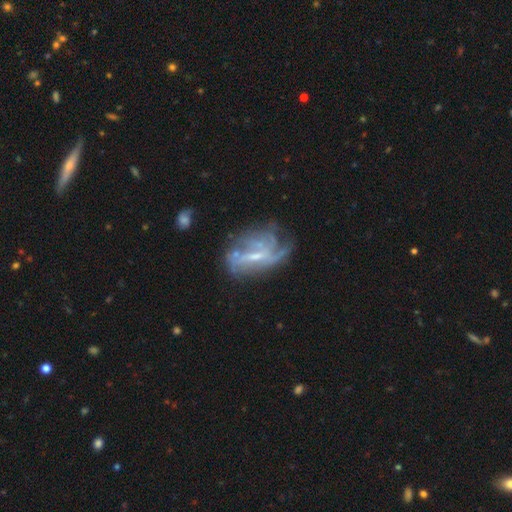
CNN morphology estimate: This appears to be a featured or disk galaxy (75%) with a weak bar (44%), spiral arms (69%) and a small central bulge (55%). Merging: none (43%).